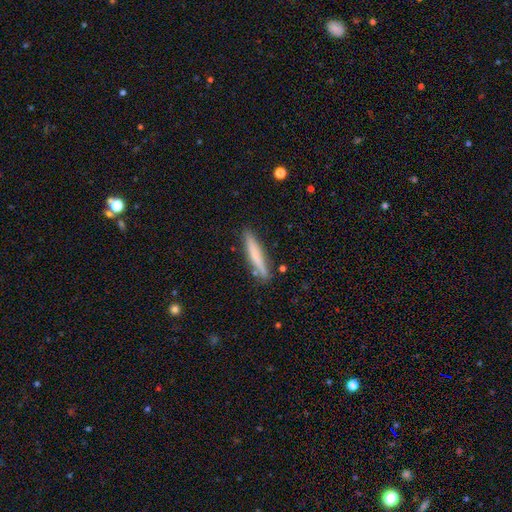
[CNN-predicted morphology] type=smooth (69%); roundness=cigar-shaped (93%); merging=none (85%).